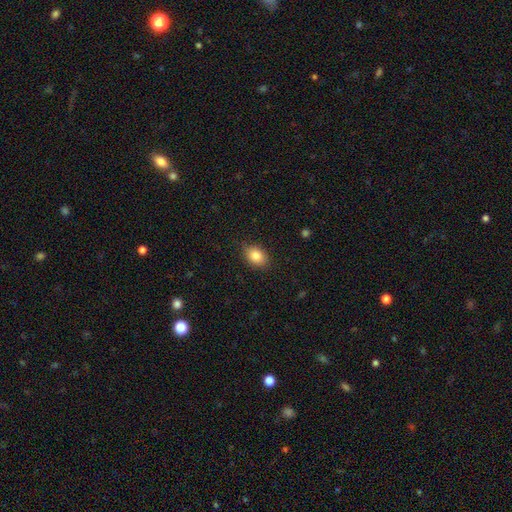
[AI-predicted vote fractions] This is clearly a smooth galaxy (84%). How rounded: likely in between (71%). Merging: clearly none (83%).